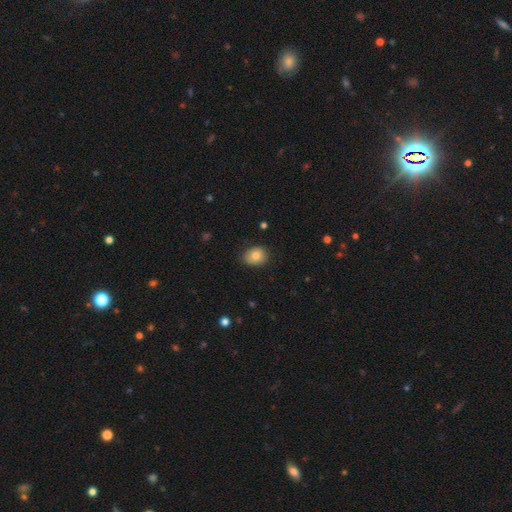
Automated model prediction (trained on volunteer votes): Q: Smooth or featured?
A: smooth (80%); runner-up: featured or disk (11%)
Q: How rounded?
A: in between (56%); runner-up: round (43%)
Q: Merging?
A: none (82%); runner-up: minor disturbance (14%)